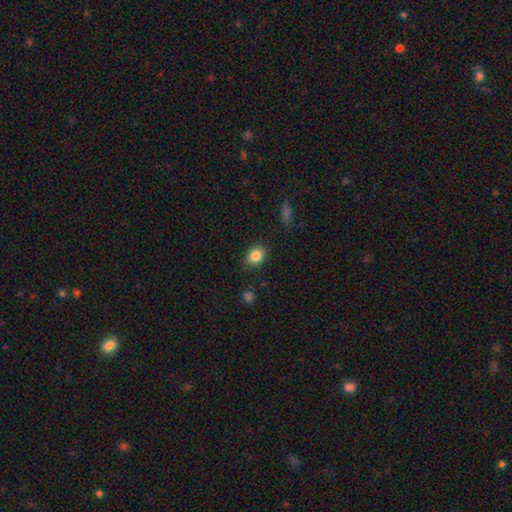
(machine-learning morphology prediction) This is clearly a smooth galaxy (85%). How rounded: possibly round (52%). Merging: clearly none (86%).